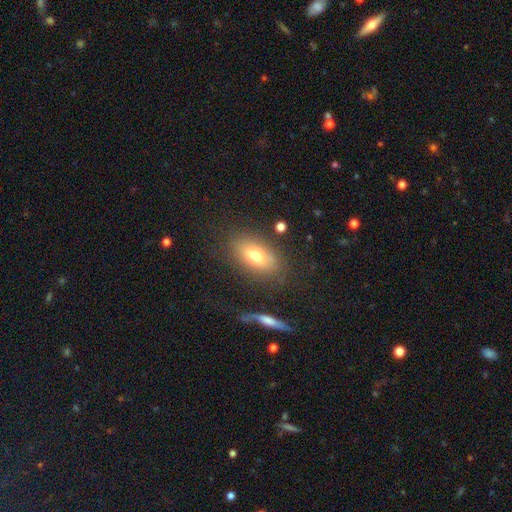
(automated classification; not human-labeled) Overall: smooth (72%). How rounded: in between (87%). Merging: none (78%).